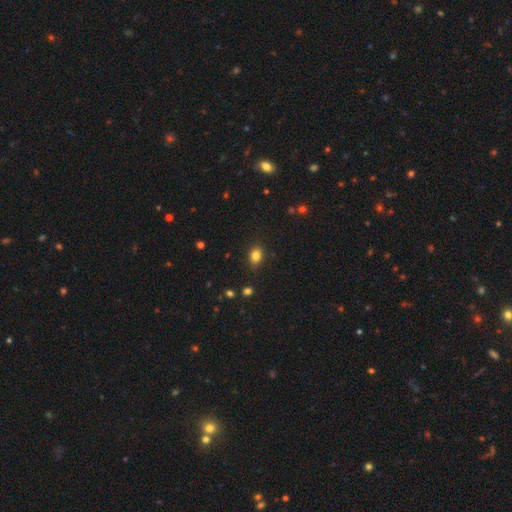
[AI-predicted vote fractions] Smooth or featured: smooth — 83% (star or artifact — 11%)
How rounded: in between — 65% (round — 34%)
Merging: none — 87% (minor disturbance — 9%)